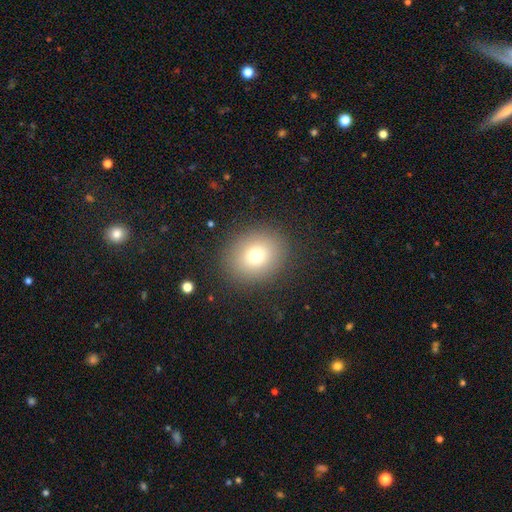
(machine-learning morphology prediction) smooth_or_featured: smooth (p=0.74) [alt: star or artifact p=0.14]
how_rounded: round (p=0.70) [alt: in between p=0.29]
merging: none (p=0.88) [alt: minor disturbance p=0.08]